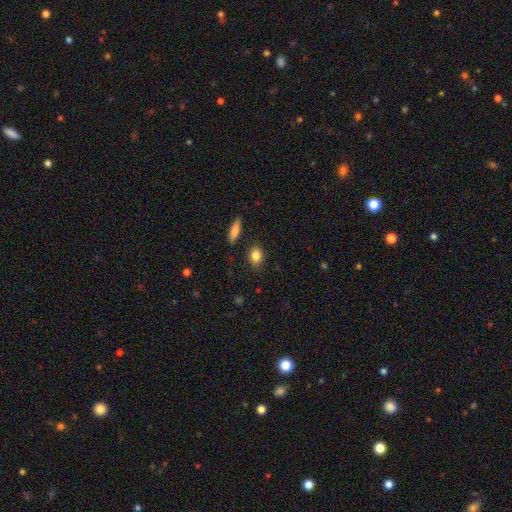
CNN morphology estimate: The model was most divided on "how rounded": in between: 56%, round: 41%, cigar-shaped: 3%. More confident: merging — none (85%); smooth or featured — smooth (84%).